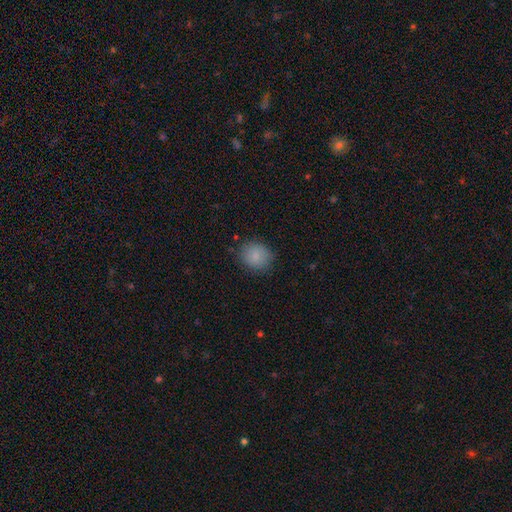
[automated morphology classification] This appears to be a smooth galaxy with no disk features (85%) that is round (70%). Merging: none (83%).